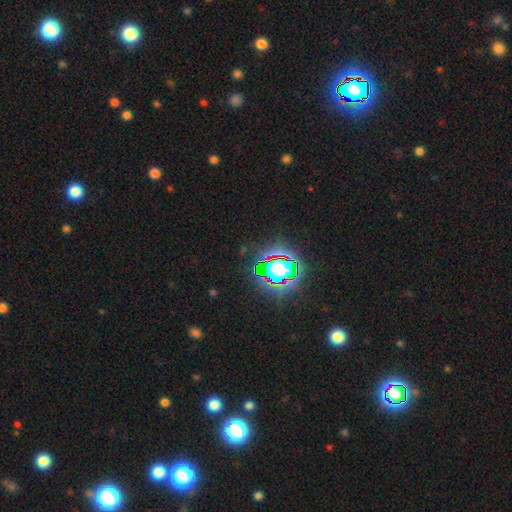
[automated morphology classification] Smooth or featured? Predicted: star or artifact (p=0.82).